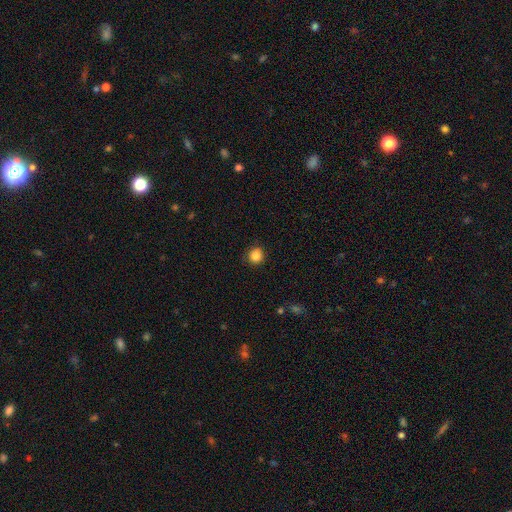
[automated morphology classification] type=smooth (85%); roundness=round (88%); merging=none (87%).